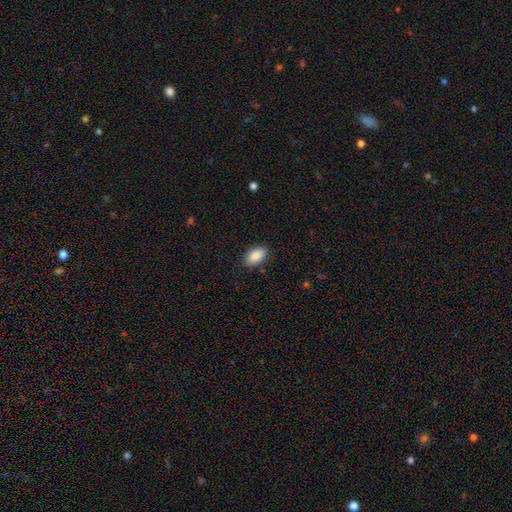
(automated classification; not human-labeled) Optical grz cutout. It shows a smooth galaxy with no disk features (88%) that is in between round and cigar-shaped (93%). Merging: none (87%).